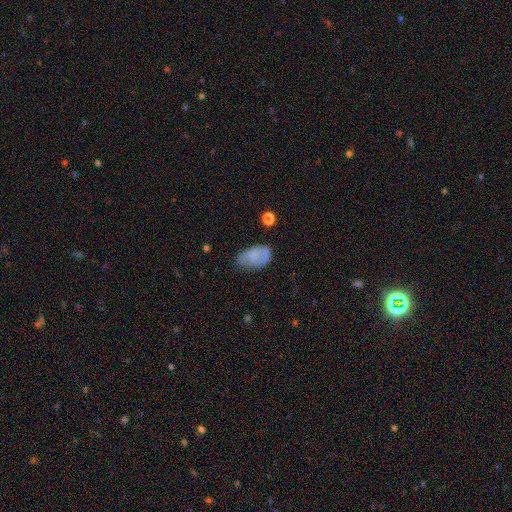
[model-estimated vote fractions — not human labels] This appears to be a smooth galaxy with no disk features (59%) that is in between round and cigar-shaped (90%). Merging: none (52%).